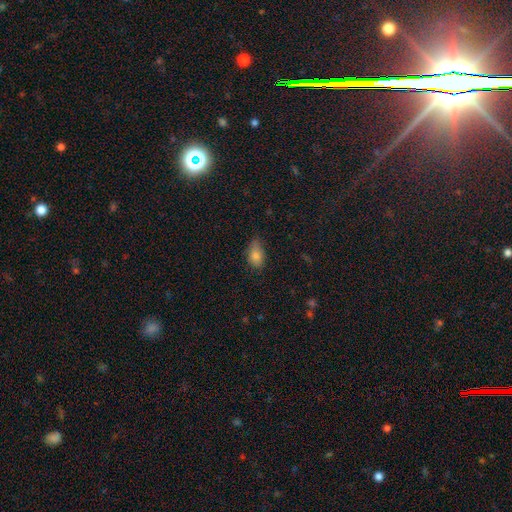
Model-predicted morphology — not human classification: This is clearly a smooth galaxy (82%). How rounded: clearly in between (87%). Merging: possibly none (51%).